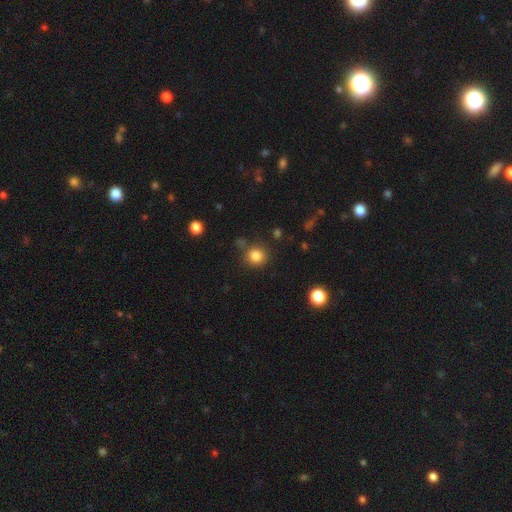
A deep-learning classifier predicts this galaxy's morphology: A smooth galaxy with no disk features (83%) that is round (90%). Merging: none (79%).